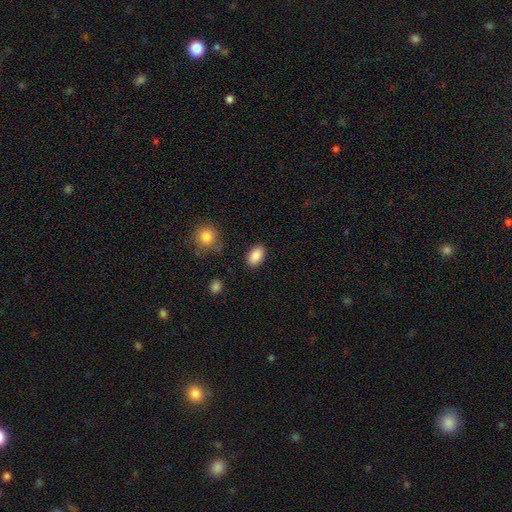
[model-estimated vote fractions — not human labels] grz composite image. It shows a smooth galaxy with no disk features (88%) that is in between round and cigar-shaped (91%). Merging: none (85%).